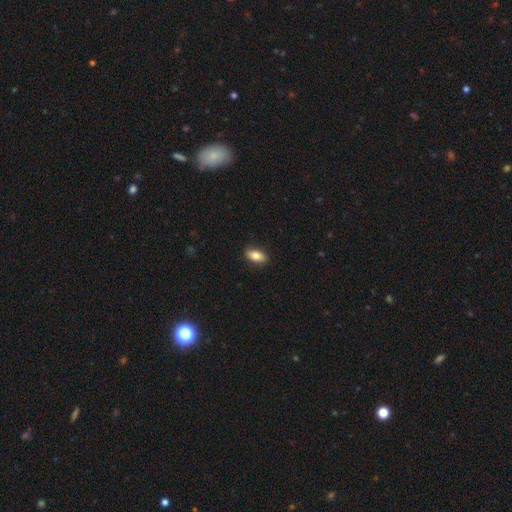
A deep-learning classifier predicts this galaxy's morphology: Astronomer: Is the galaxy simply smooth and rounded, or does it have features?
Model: smooth — 77%.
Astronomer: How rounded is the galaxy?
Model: in between — 86%.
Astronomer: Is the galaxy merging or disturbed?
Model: none — 88%.